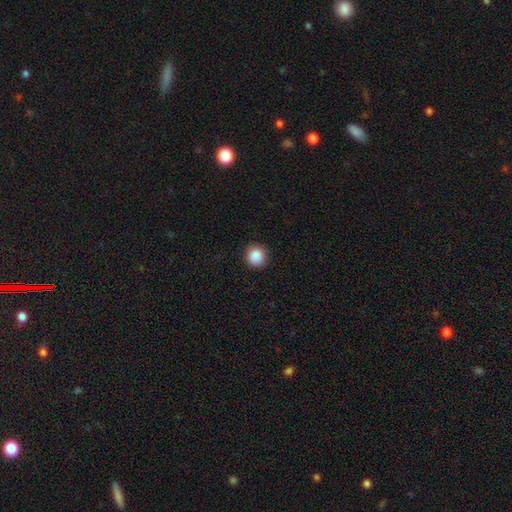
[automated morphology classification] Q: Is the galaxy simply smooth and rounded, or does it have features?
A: smooth — 88%.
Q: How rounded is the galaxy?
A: round — 92%.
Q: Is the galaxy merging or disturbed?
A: none — 90%.